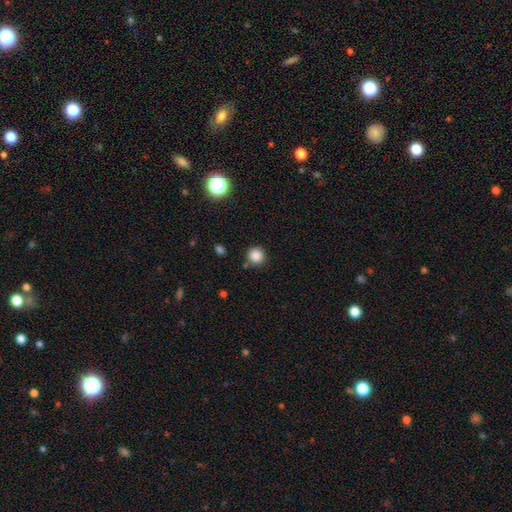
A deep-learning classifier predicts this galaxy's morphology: Smooth or featured? Predicted: smooth (p=0.85). How rounded? Predicted: round (p=0.93). Merging? Predicted: none (p=0.83).